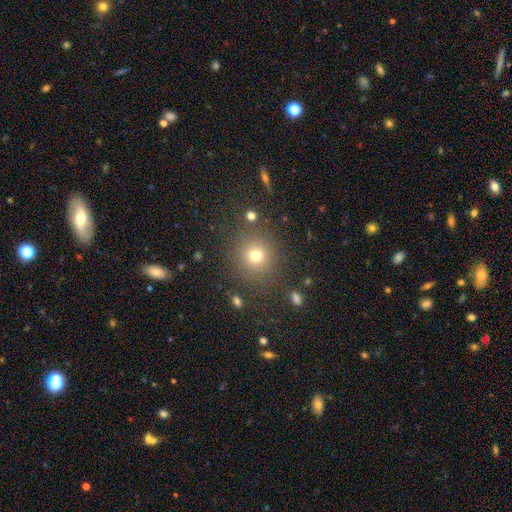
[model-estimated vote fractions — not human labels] Q: Smooth or featured?
A: smooth (73%); runner-up: star or artifact (19%)
Q: How rounded?
A: round (92%); runner-up: in between (7%)
Q: Merging?
A: none (84%); runner-up: minor disturbance (8%)